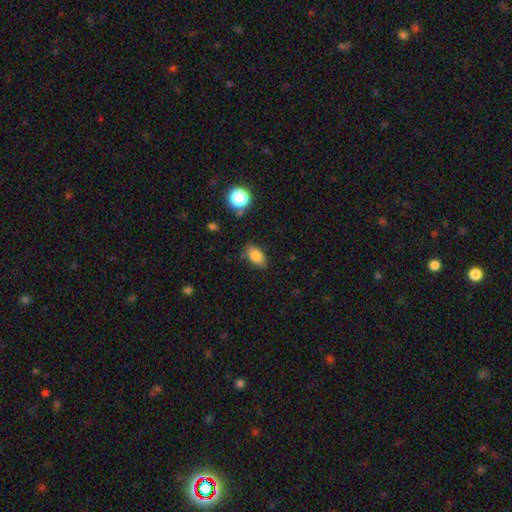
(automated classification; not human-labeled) Morphology: type=smooth (83%); roundness=in between (90%); merging=none (79%).